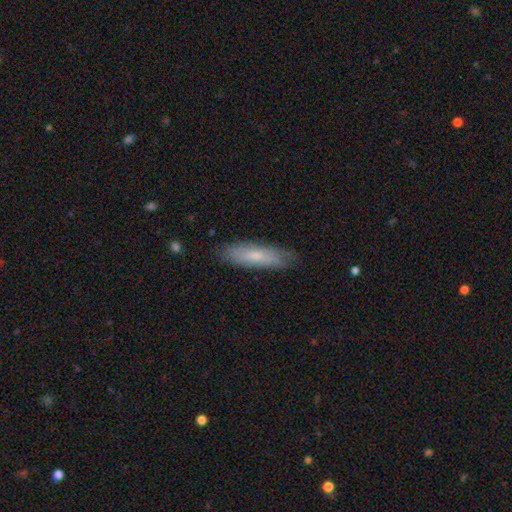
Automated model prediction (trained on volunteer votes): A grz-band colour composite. It shows a smooth galaxy with no disk features (66%) that is cigar-shaped (65%). Merging: none (83%).